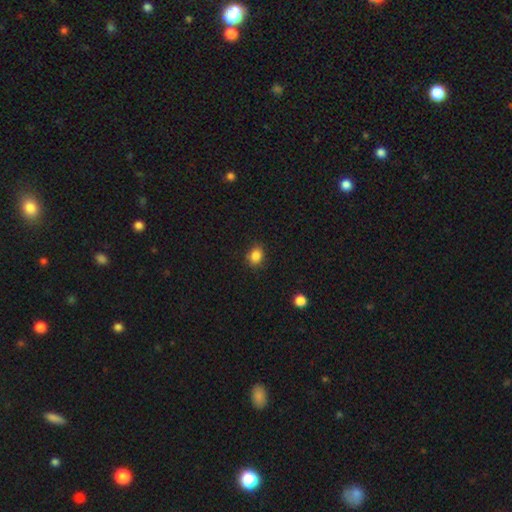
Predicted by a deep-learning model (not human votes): This appears to be a smooth galaxy with no disk features (85%) that is round (55%). Merging: none (84%).